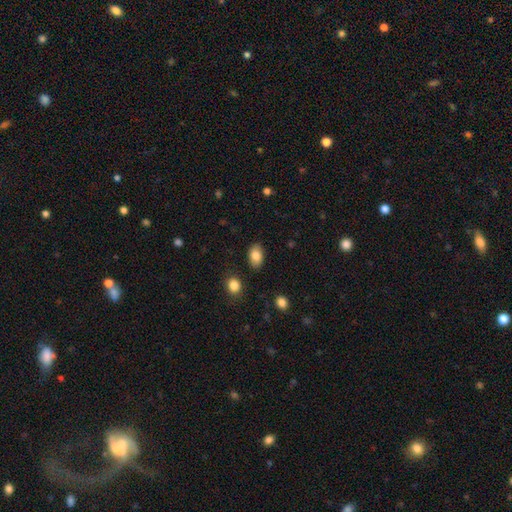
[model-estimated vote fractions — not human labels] Overall: smooth (84%). How rounded: in between (87%). Merging: none (85%).